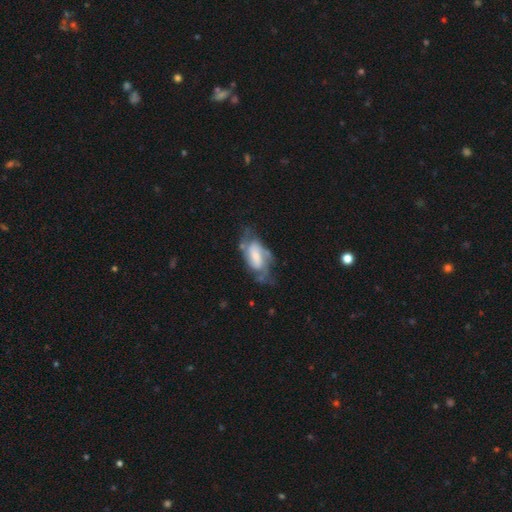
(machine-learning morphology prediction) This appears to be a featured or disk galaxy (66%) with a weak bar (39%), 2 (63%) medium (46%) spiral arms (84%) and a small central bulge (30%). Merging: none (44%).